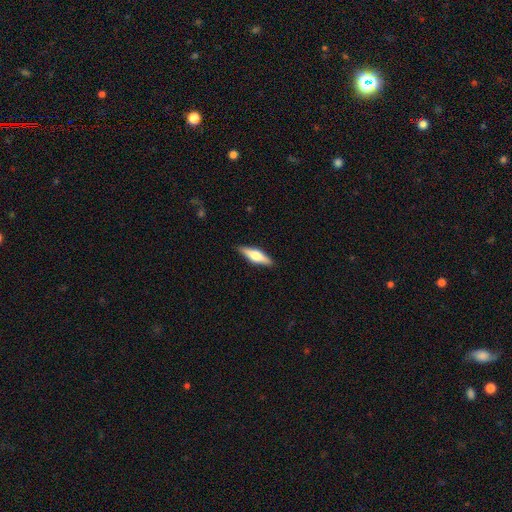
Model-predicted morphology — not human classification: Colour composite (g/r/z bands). It shows a featured or disk galaxy (49%). Merging: none (89%).